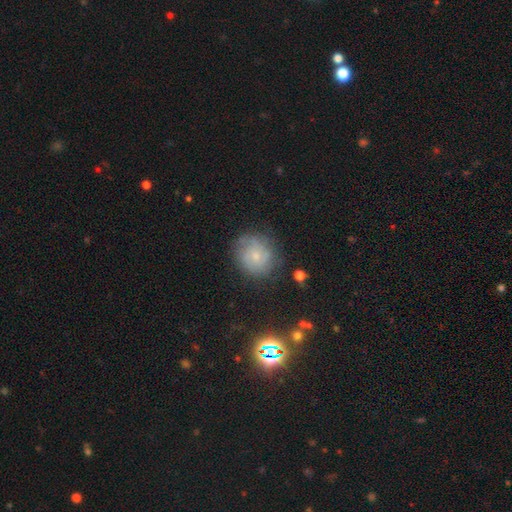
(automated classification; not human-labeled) Overall: featured or disk (47%; smooth 42%). Merging: none (72%).